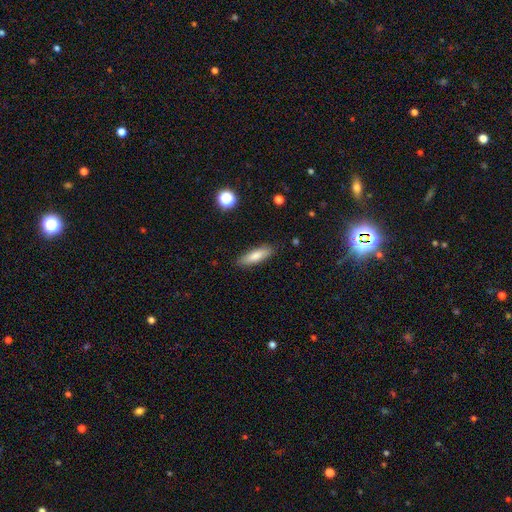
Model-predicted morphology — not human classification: smooth-or-featured: smooth: 79% | featured or disk: 14% | star or artifact: 7%
  how-rounded: cigar-shaped: 57% | in between: 41% | round: 2%
  merging: none: 87% | minor disturbance: 10% | major disturbance: 2% | merger: 1%